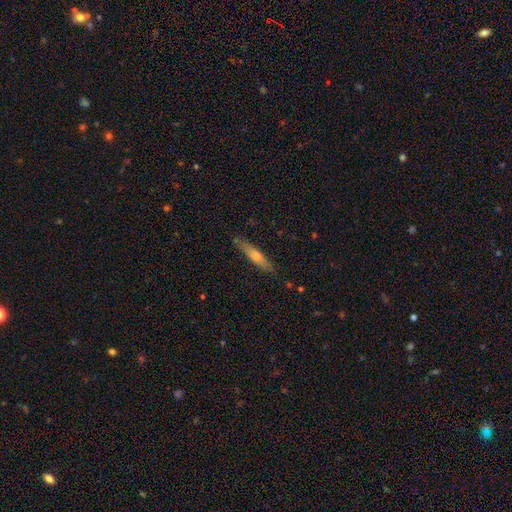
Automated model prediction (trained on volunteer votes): Morphology: type=smooth (62%); roundness=cigar-shaped (85%); merging=none (82%).